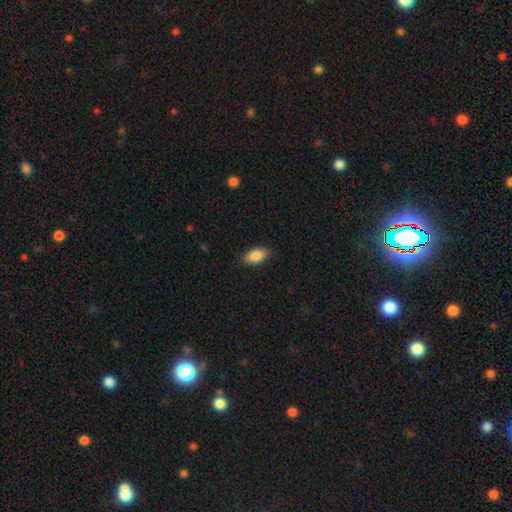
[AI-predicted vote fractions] smooth-or-featured: smooth: 88% | star or artifact: 7% | featured or disk: 6%
  how-rounded: in between: 93% | round: 4% | cigar-shaped: 3%
  merging: none: 87% | minor disturbance: 10% | major disturbance: 2% | merger: 1%